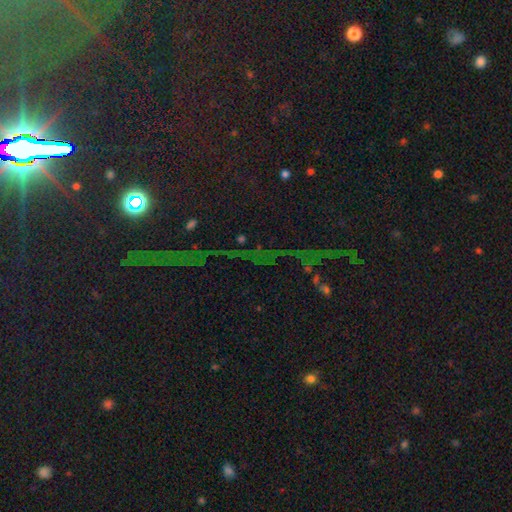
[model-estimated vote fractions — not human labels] smooth_or_featured: star or artifact (p=0.80) [alt: featured or disk p=0.10]